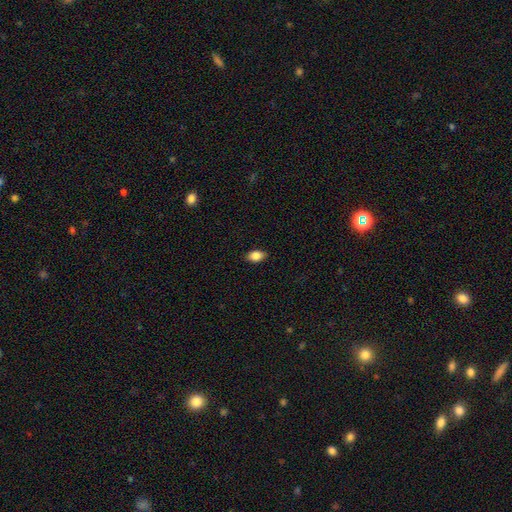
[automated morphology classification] Smooth or featured: smooth — 85% (star or artifact — 8%)
How rounded: in between — 87% (round — 10%)
Merging: none — 86% (minor disturbance — 11%)